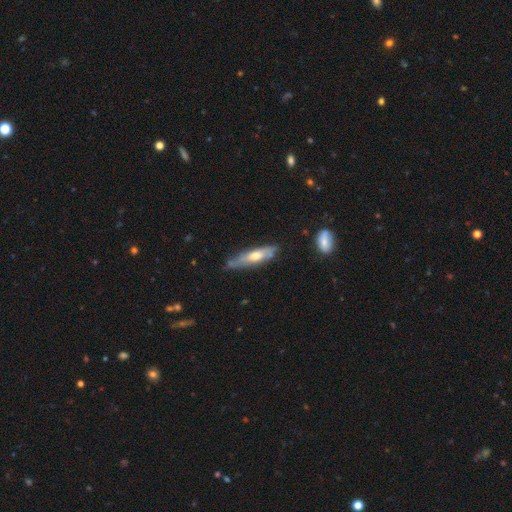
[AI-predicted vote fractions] This is possibly a featured or disk galaxy (51%). It is likely viewed edge-on (67%). Merging: likely none (65%).